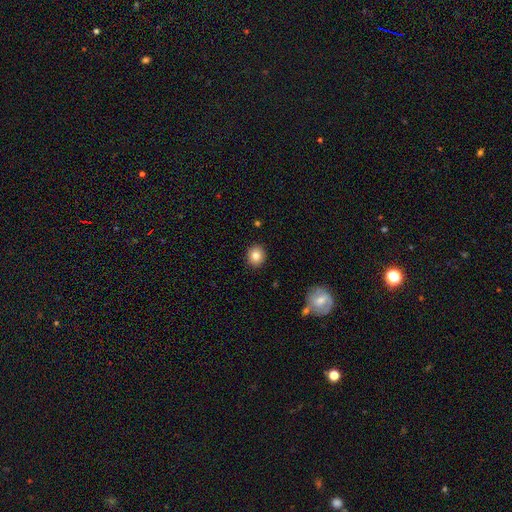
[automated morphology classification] Overall: smooth (82%). How rounded: round (87%). Merging: none (92%).